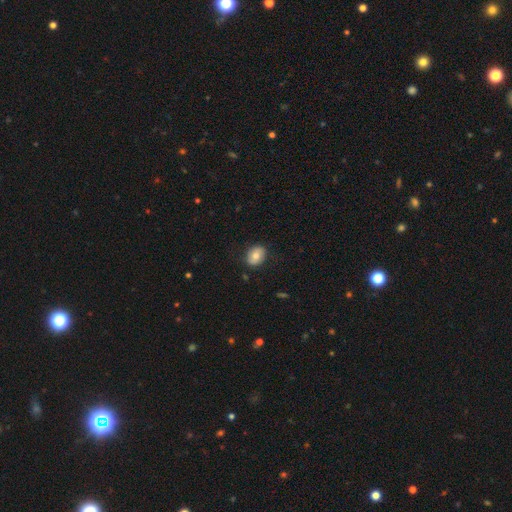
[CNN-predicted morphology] The model was most divided on "how rounded": in between: 61%, round: 38%, cigar-shaped: 1%. More confident: merging — none (83%); smooth or featured — smooth (72%).